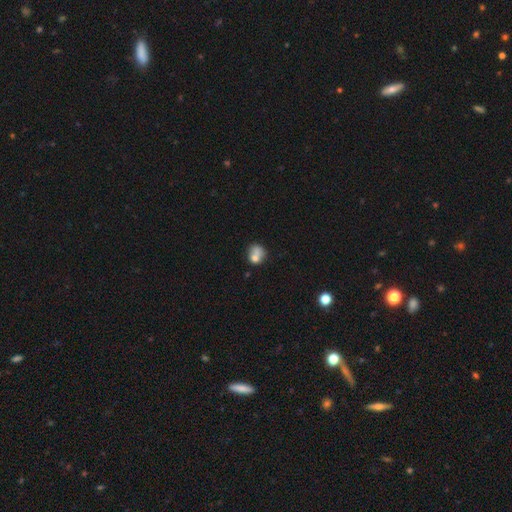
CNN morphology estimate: A smooth galaxy with no disk features (68%) that is round (67%). Merging: merger (37%, tied with none).